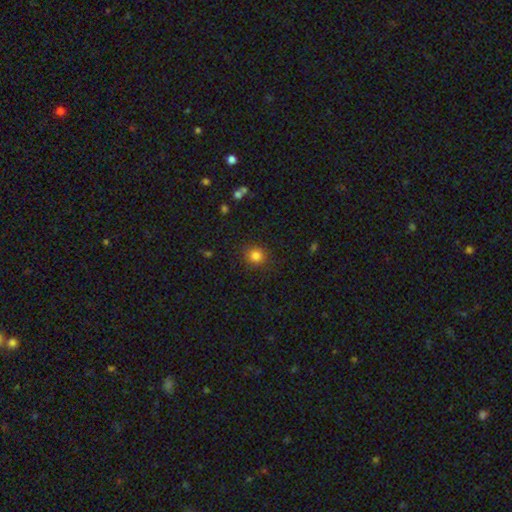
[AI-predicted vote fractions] smooth_or_featured: smooth (p=0.84) [alt: star or artifact p=0.12]
how_rounded: round (p=0.86) [alt: in between p=0.13]
merging: none (p=0.88) [alt: minor disturbance p=0.08]